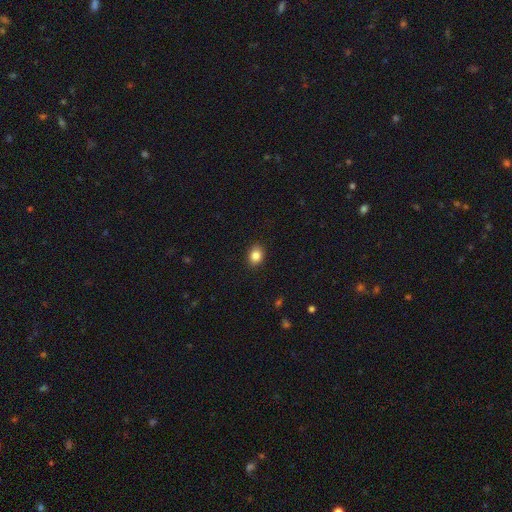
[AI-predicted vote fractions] A smooth galaxy with no disk features (85%) that is in between round and cigar-shaped (56%). Merging: none (90%).